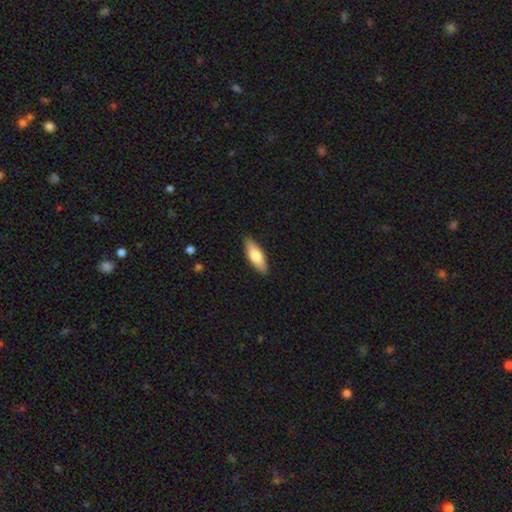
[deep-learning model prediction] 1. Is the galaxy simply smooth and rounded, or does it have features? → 74% smooth, 20% featured or disk, 5% star or artifact.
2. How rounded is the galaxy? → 65% in between, 33% cigar-shaped, 2% round.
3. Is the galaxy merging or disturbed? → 88% none, 9% minor disturbance, 2% major disturbance, 1% merger.